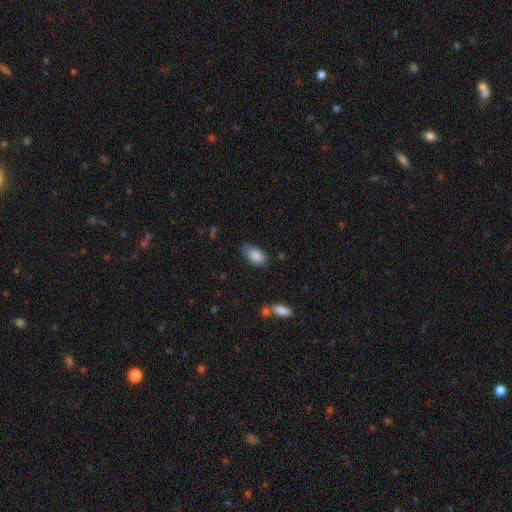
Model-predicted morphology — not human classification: smooth-or-featured: smooth: 85% | featured or disk: 9% | star or artifact: 6%
  how-rounded: in between: 93% | round: 5% | cigar-shaped: 2%
  merging: none: 64% | minor disturbance: 27% | major disturbance: 6% | merger: 3%